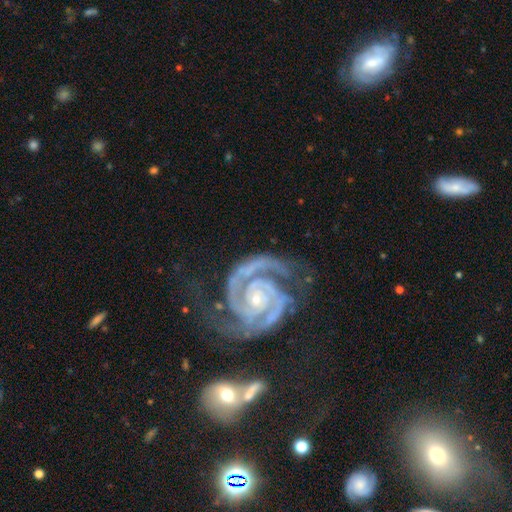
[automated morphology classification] Smooth or featured? featured or disk (85%)
Edge-on disk? no (97%)
Bar? no (53%)
Spiral arms? yes (97%)
Spiral winding? tight (50%)
Spiral arm count? 2 (76%)
Bulge size? small (53%)
Merging? none (68%)